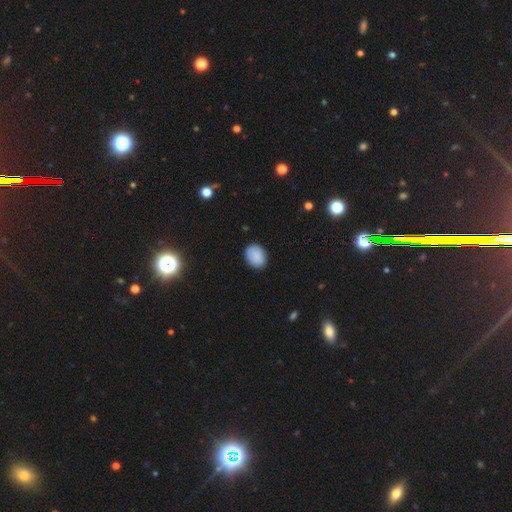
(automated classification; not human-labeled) Q: Smooth or featured?
A: smooth (87%); runner-up: star or artifact (8%)
Q: How rounded?
A: in between (65%); runner-up: round (34%)
Q: Merging?
A: none (84%); runner-up: minor disturbance (12%)